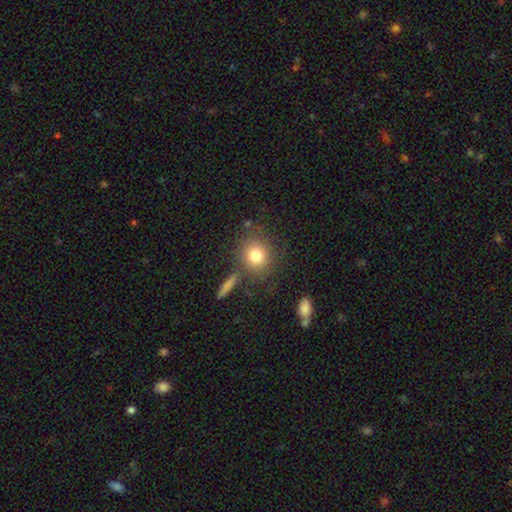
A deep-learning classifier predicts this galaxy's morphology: type=smooth (80%); roundness=round (84%); merging=none (77%).